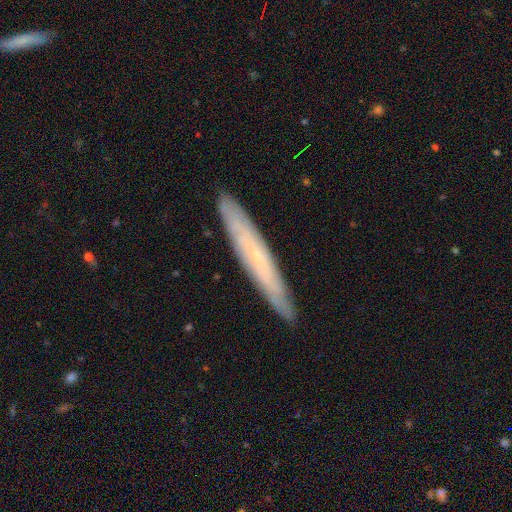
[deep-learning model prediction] smooth_or_featured: featured or disk (p=0.57) [alt: smooth p=0.35]
disk_edge_on: yes (p=0.76) [alt: no p=0.24]
merging: none (p=0.89) [alt: minor disturbance p=0.09]